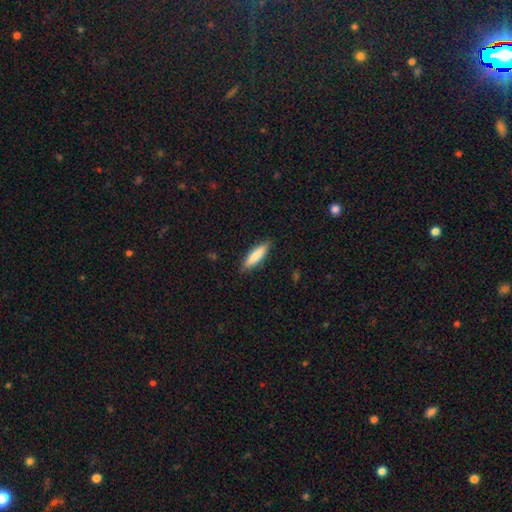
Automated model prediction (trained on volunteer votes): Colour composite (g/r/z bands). It shows a smooth galaxy with no disk features (81%) that is cigar-shaped (70%). Merging: none (87%).